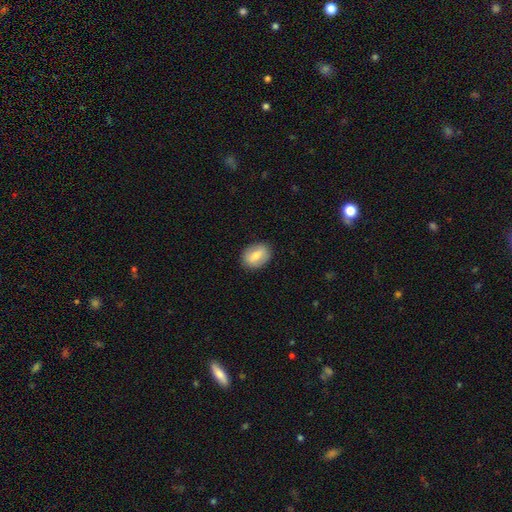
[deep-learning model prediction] Morphology: type=smooth (69%); roundness=in between (65%); merging=none (87%).